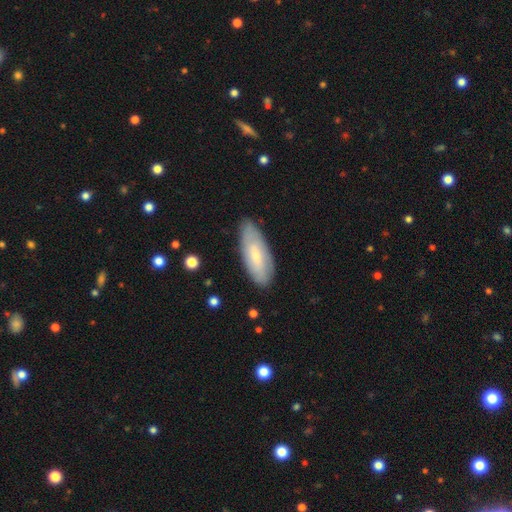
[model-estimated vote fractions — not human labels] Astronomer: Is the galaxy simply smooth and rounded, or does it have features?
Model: smooth — 57% (runner-up: featured or disk, 36%).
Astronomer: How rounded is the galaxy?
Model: in between — 73%.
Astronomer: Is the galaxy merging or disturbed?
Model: none — 80%.